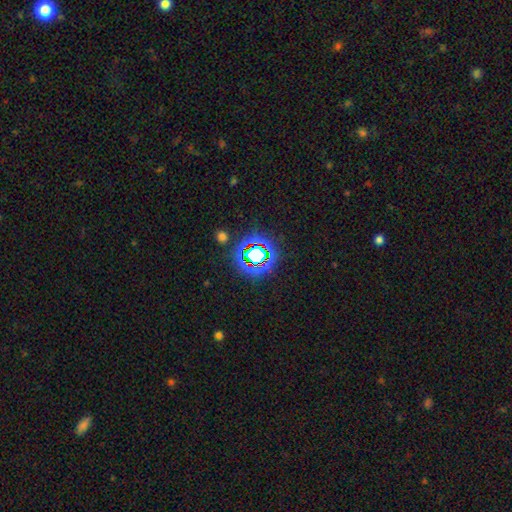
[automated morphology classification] Smooth or featured? star or artifact (66%)